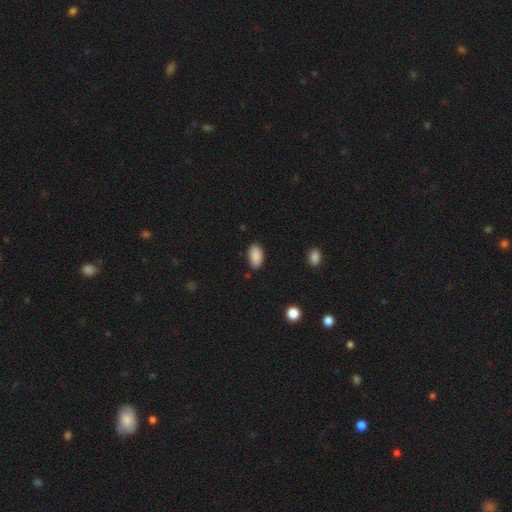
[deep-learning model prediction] Smooth or featured: smooth — 89% (star or artifact — 7%)
How rounded: in between — 95% (round — 3%)
Merging: none — 85% (minor disturbance — 12%)